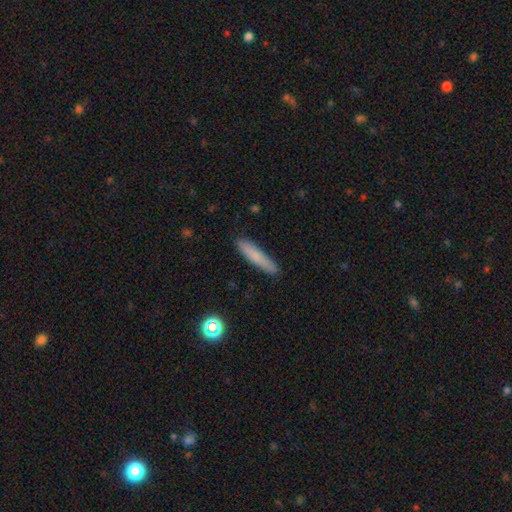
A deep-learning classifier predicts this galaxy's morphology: smooth-or-featured: smooth: 77% | featured or disk: 15% | star or artifact: 7%
  how-rounded: cigar-shaped: 89% | in between: 9% | round: 1%
  merging: none: 88% | minor disturbance: 9% | major disturbance: 2% | merger: 1%